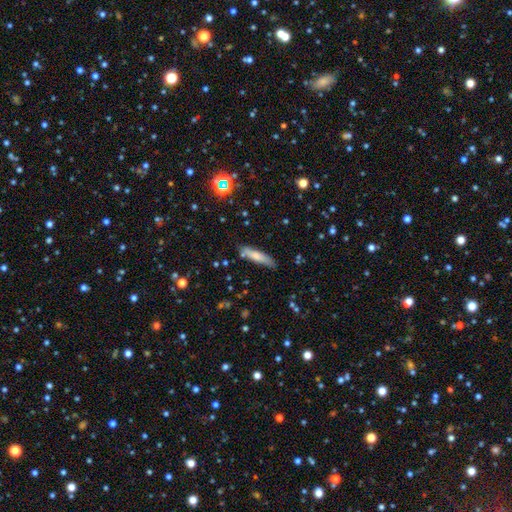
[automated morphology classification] This is likely a smooth galaxy (72%). How rounded: likely cigar-shaped (79%). Merging: likely none (78%).